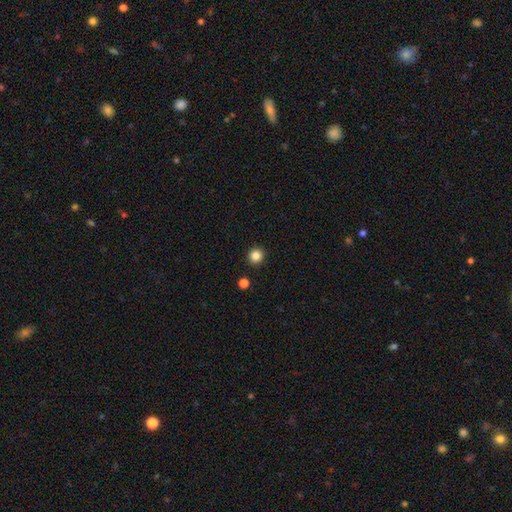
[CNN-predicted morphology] Smooth or featured?
  - smooth: 85% *
  - star or artifact: 11%
  - featured or disk: 3%
How rounded?
  - round: 95% *
  - in between: 5%
  - cigar-shaped: 1%
Merging?
  - none: 93% *
  - minor disturbance: 4%
  - merger: 2%
  - major disturbance: 2%